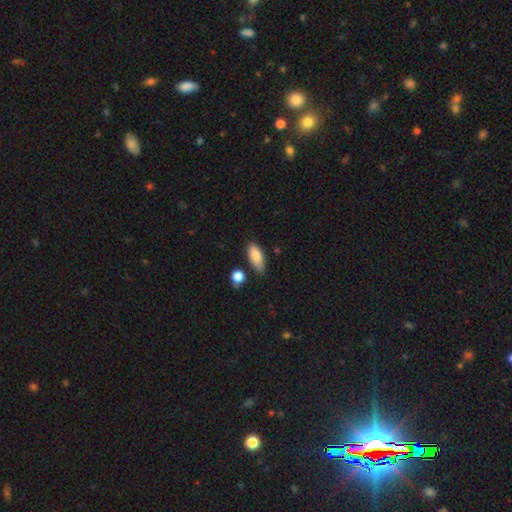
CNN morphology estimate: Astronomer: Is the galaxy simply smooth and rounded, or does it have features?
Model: smooth — 85%.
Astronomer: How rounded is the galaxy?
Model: in between — 81%.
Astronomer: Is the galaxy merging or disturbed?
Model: none — 69%.